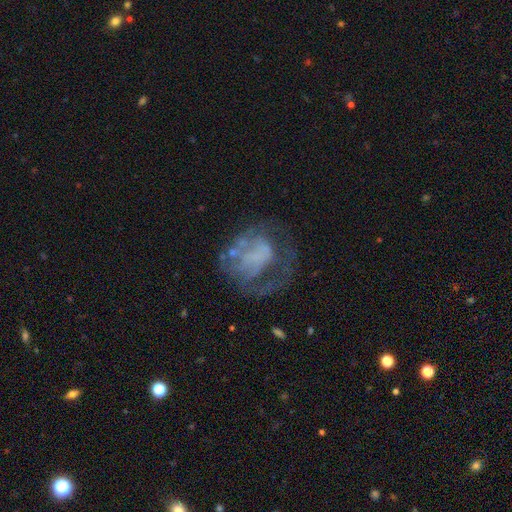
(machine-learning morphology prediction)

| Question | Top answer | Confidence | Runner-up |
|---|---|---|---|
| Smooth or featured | featured or disk | 62% | smooth (24%) |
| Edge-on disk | no | 98% | yes (2%) |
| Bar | no | 83% | weak (13%) |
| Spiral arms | no | 62% | yes (38%) |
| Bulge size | none | 74% | small (10%) |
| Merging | major disturbance | 40% | none (38%) |